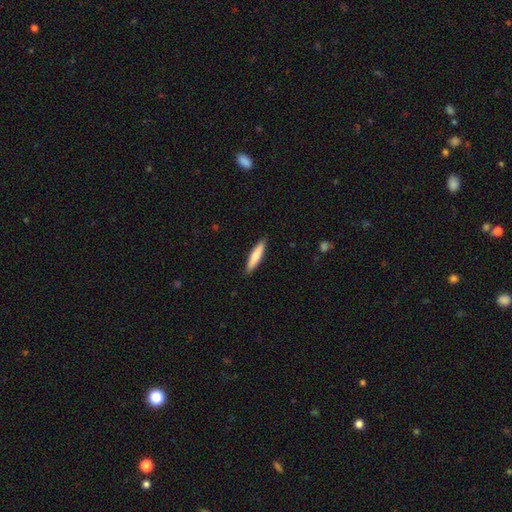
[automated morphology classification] A smooth galaxy with no disk features (77%) that is cigar-shaped (86%).

Vote fractions:
- Smooth or featured? smooth: 77% / featured or disk: 18% / star or artifact: 5%
- How rounded? cigar-shaped: 86% / in between: 12% / round: 1%
- Merging? none: 90% / minor disturbance: 8% / major disturbance: 2% / merger: 1%